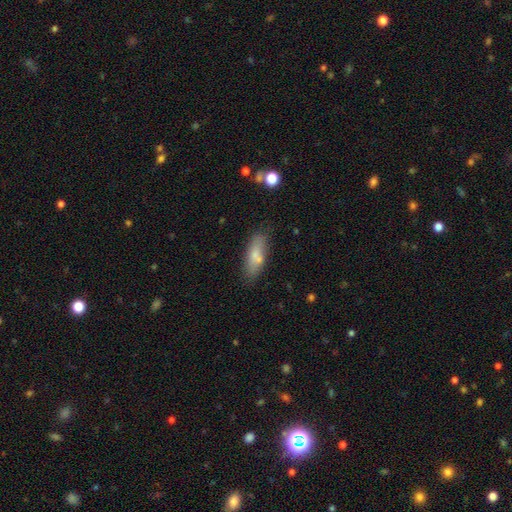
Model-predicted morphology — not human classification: Smooth or featured: smooth — 74% (featured or disk — 19%)
How rounded: in between — 65% (cigar-shaped — 32%)
Merging: none — 70% (minor disturbance — 17%)